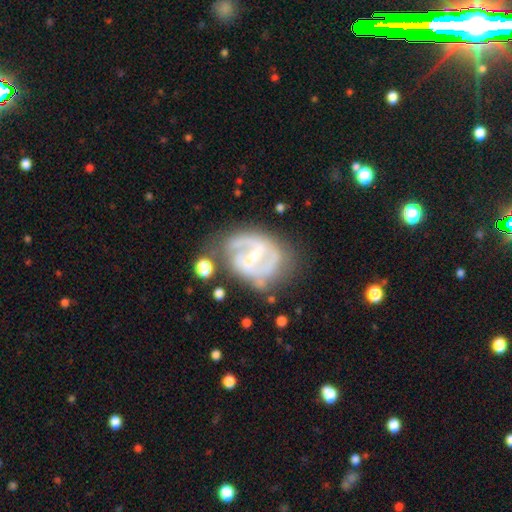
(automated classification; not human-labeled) Smooth or featured? featured or disk (83%)
Edge-on disk? no (97%)
Bar? strong (48%)
Spiral arms? yes (85%)
Spiral winding? medium (46%)
Spiral arm count? 2 (66%)
Bulge size? small (57%)
Merging? none (56%)